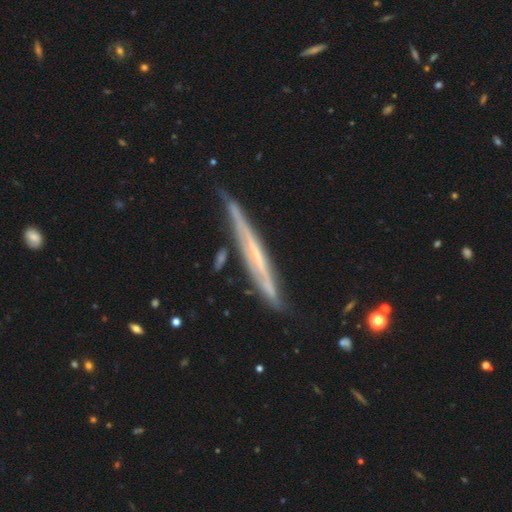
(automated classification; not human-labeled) A featured or disk galaxy (69%) viewed edge-on (92%) with no central bulge (78%). Merging: none (74%).